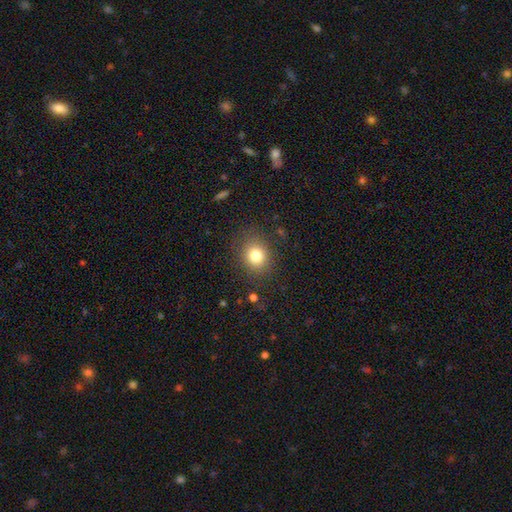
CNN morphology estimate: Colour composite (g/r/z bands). It shows a smooth galaxy with no disk features (79%) that is round (72%). Merging: none (83%).